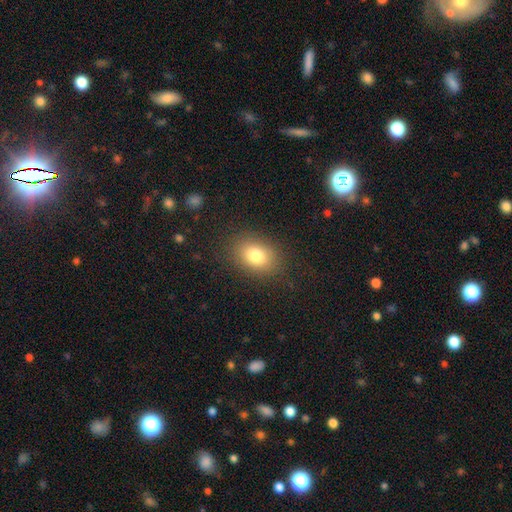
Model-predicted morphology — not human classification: smooth-or-featured: smooth: 80% | star or artifact: 10% | featured or disk: 9%
  how-rounded: in between: 72% | round: 26% | cigar-shaped: 1%
  merging: none: 85% | minor disturbance: 10% | major disturbance: 4% | merger: 1%